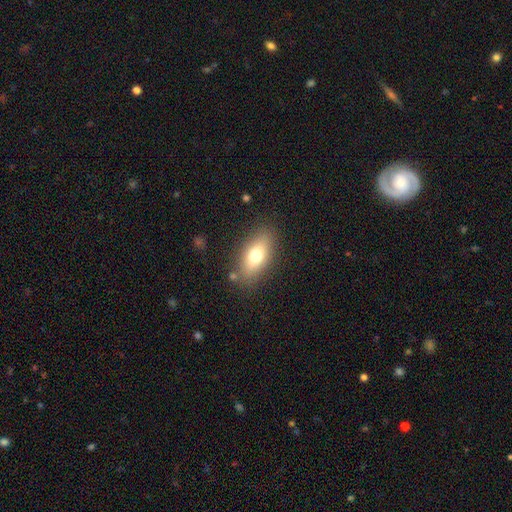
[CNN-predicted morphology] Q: Smooth or featured?
A: smooth (71%); runner-up: featured or disk (20%)
Q: How rounded?
A: in between (84%); runner-up: cigar-shaped (11%)
Q: Merging?
A: none (82%); runner-up: minor disturbance (12%)